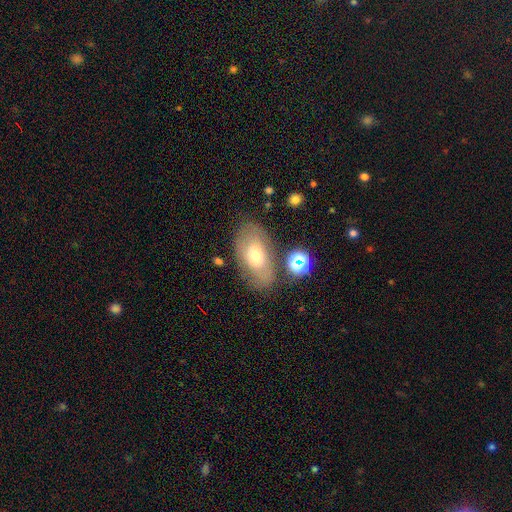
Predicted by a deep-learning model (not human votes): Smooth or featured?
  - smooth: 56% *
  - featured or disk: 34%
  - star or artifact: 9%
How rounded?
  - in between: 92% *
  - round: 6%
  - cigar-shaped: 2%
Merging?
  - none: 69% *
  - minor disturbance: 18%
  - major disturbance: 7%
  - merger: 6%